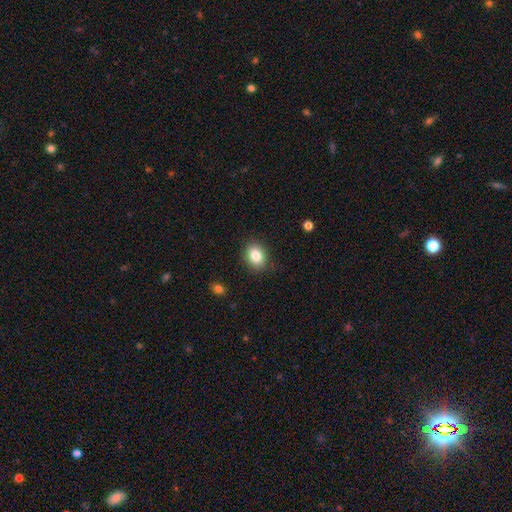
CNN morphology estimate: smooth 84%, star or artifact 9%, featured or disk 7%. Down the decision tree: how rounded — in between (57%); merging — none (85%).